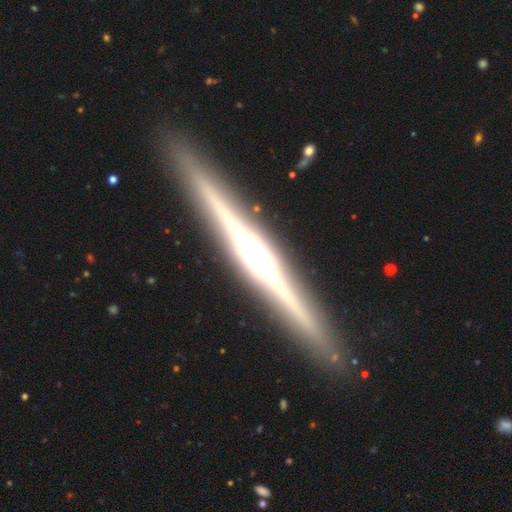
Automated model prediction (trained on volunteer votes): smooth-or-featured: featured or disk: 87% | smooth: 8% | star or artifact: 5%
  disk-edge-on: yes: 98% | no: 2%
    edge-on-bulge: rounded: 77% | boxy: 16% | none: 8%
  merging: none: 92% | minor disturbance: 6% | major disturbance: 1% | merger: 1%